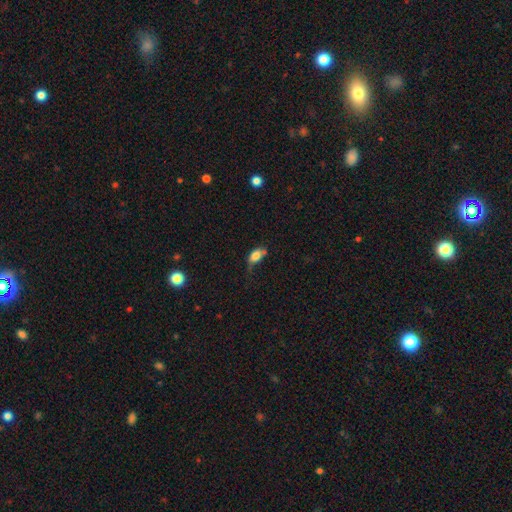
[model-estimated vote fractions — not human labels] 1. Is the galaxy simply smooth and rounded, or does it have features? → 79% smooth, 12% featured or disk, 9% star or artifact.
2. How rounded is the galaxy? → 86% in between, 10% round, 4% cigar-shaped.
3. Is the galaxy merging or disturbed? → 37% none, 35% minor disturbance, 19% major disturbance, 8% merger.